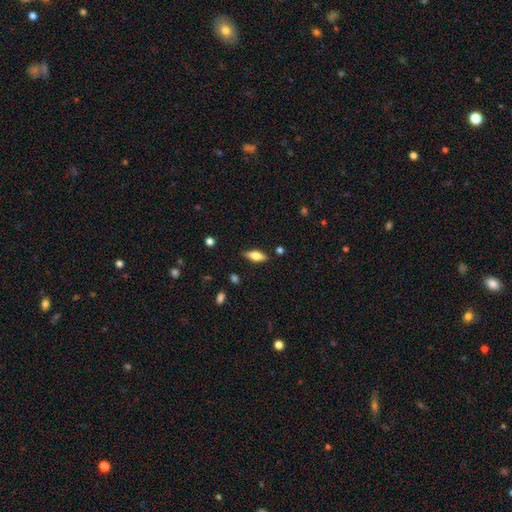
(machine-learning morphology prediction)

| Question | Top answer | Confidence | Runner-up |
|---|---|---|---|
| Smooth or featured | smooth | 61% | featured or disk (32%) |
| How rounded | in between | 67% | cigar-shaped (30%) |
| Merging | none | 84% | minor disturbance (12%) |